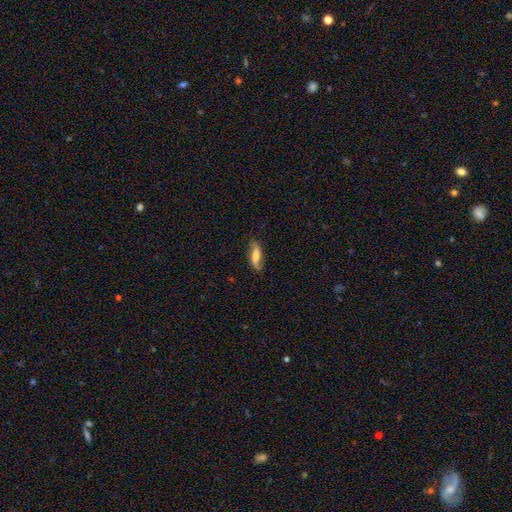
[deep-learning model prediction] A smooth galaxy with no disk features (50%). Merging: none (77%).